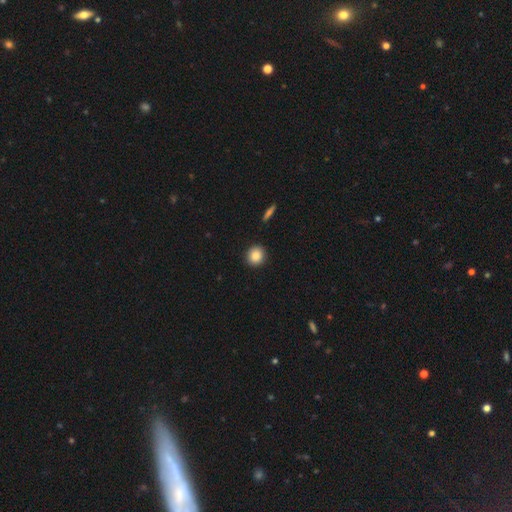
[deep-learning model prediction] Q: Smooth or featured?
A: smooth (87%); runner-up: star or artifact (9%)
Q: How rounded?
A: round (91%); runner-up: in between (8%)
Q: Merging?
A: none (92%); runner-up: minor disturbance (5%)